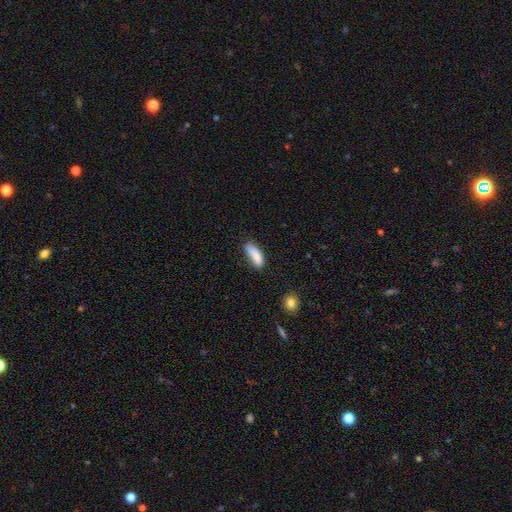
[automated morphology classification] A smooth galaxy with no disk features (83%) that is in between round and cigar-shaped (65%). Merging: none (59%).